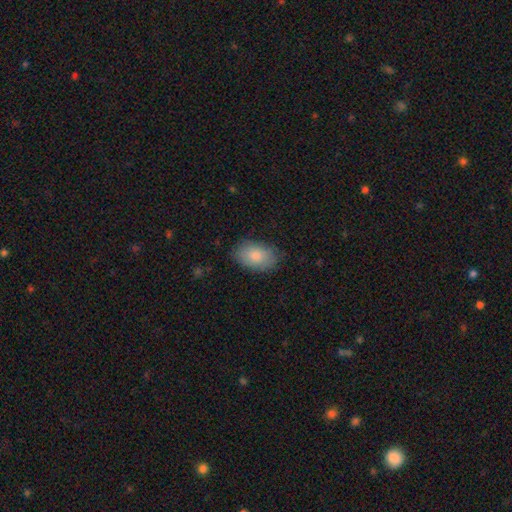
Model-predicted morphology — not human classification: The model was most divided on "merging": none: 81%, minor disturbance: 15%, major disturbance: 3%, merger: 1%. More confident: how rounded — in between (91%); smooth or featured — smooth (85%).